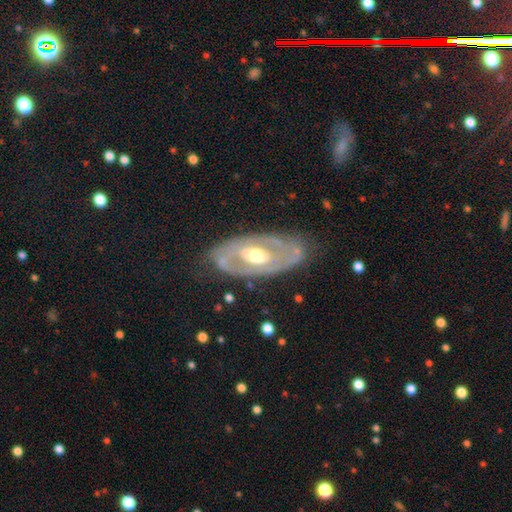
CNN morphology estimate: The model was most divided on "spiral arms": yes: 60%, no: 40%. More confident: edge-on disk — no (90%); smooth or featured — featured or disk (79%); merging — none (75%); bulge size — moderate (70%); bar — no (58%).